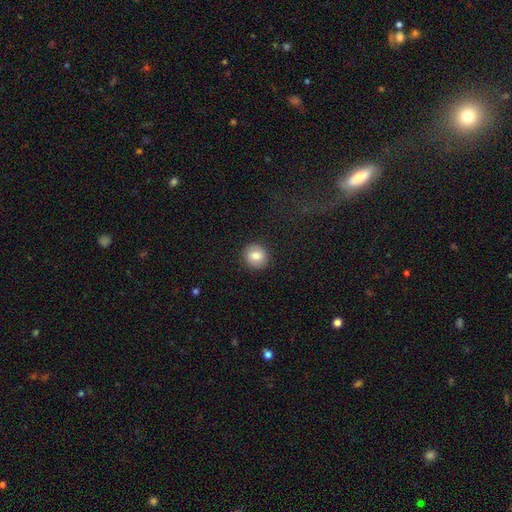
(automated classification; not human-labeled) Q: Smooth or featured?
A: smooth (82%); runner-up: featured or disk (10%)
Q: How rounded?
A: round (87%); runner-up: in between (13%)
Q: Merging?
A: none (90%); runner-up: minor disturbance (7%)